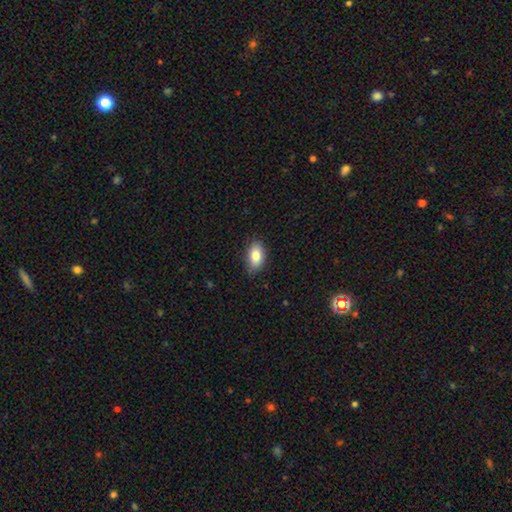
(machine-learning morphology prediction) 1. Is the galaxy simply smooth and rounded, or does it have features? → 82% smooth, 10% featured or disk, 7% star or artifact.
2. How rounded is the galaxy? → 91% in between, 7% round, 3% cigar-shaped.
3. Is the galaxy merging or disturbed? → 83% none, 14% minor disturbance, 2% major disturbance, 1% merger.